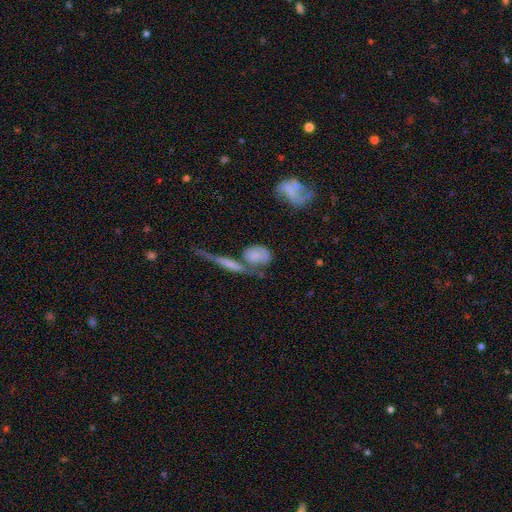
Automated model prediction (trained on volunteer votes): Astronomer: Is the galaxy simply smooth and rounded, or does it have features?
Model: smooth — 64%.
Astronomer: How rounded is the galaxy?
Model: in between — 64%.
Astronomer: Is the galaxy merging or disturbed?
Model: merger — 36% (runner-up: none, 33%).